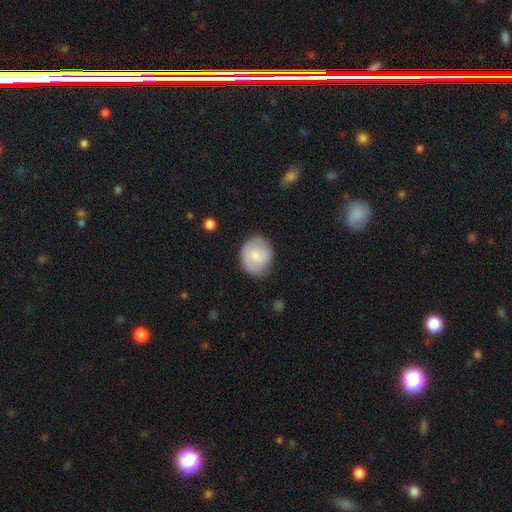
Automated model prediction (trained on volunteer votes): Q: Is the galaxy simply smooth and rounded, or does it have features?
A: smooth — 66%.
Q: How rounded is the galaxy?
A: round — 66%.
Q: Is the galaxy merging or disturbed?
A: none — 76%.